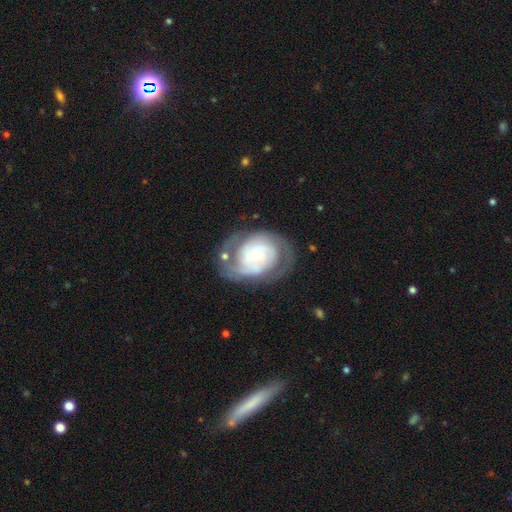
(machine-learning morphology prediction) A featured or disk galaxy (82%) with no bar (70%), 2 (54%) tight (57%) spiral arms (87%) and a moderate central bulge (48%). Merging: none (64%).